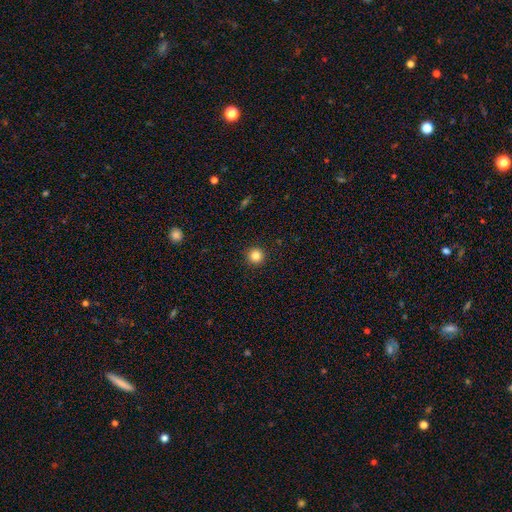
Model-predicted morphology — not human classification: Smooth or featured: smooth — 84% (star or artifact — 12%)
How rounded: round — 96% (in between — 3%)
Merging: none — 93% (minor disturbance — 4%)